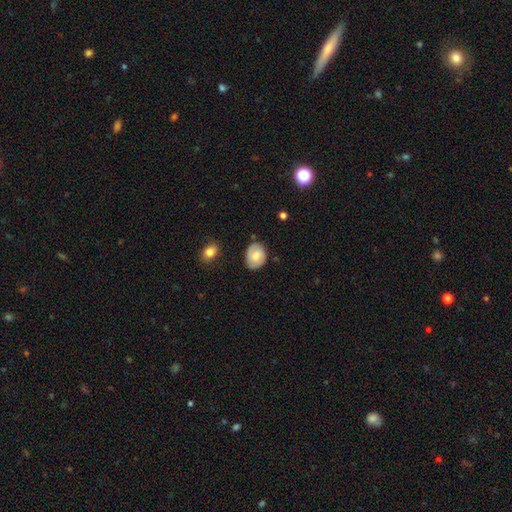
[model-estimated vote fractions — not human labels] A smooth galaxy with no disk features (54%) that is in between round and cigar-shaped (59%). Merging: none (75%).